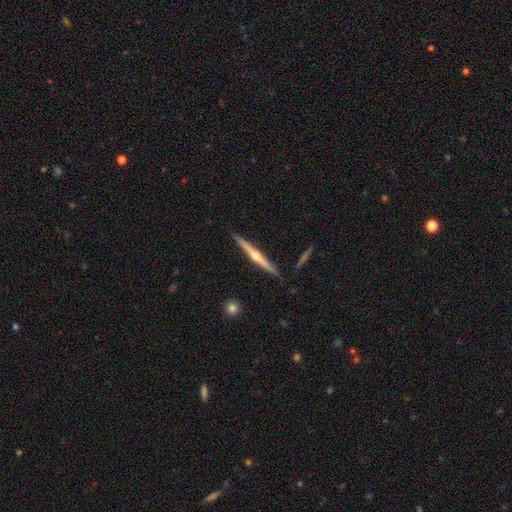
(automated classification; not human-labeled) Smooth or featured: featured or disk — 70% (smooth — 24%)
Edge-on disk: yes — 98% (no — 2%)
Edge-on bulge: rounded — 81% (none — 15%)
Merging: none — 89% (minor disturbance — 8%)